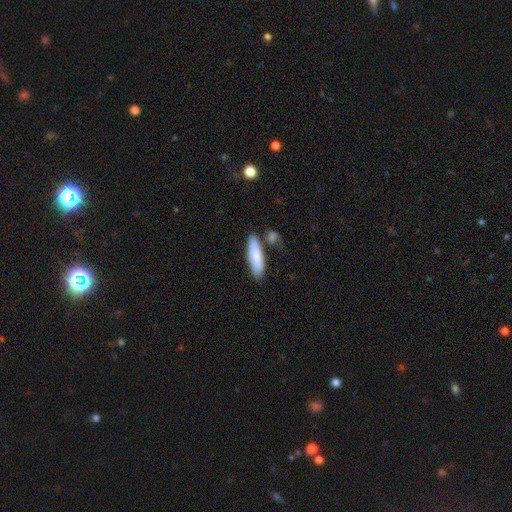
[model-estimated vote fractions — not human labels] Smooth or featured? smooth (82%)
How rounded? cigar-shaped (52%)
Merging? none (67%)